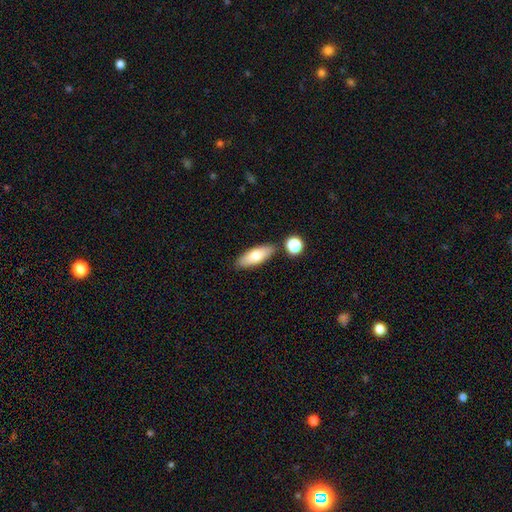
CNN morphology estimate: Smooth or featured: smooth — 75% (featured or disk — 18%)
How rounded: in between — 68% (cigar-shaped — 29%)
Merging: none — 80% (minor disturbance — 10%)